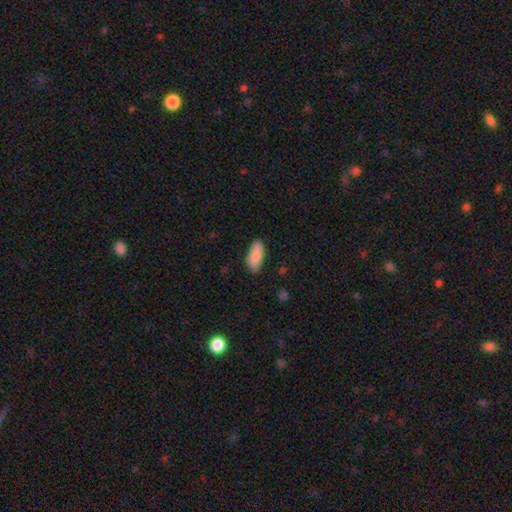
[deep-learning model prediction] Smooth or featured?
  - smooth: 85% *
  - featured or disk: 9%
  - star or artifact: 6%
How rounded?
  - in between: 85% *
  - cigar-shaped: 13%
  - round: 2%
Merging?
  - none: 84% *
  - minor disturbance: 13%
  - major disturbance: 2%
  - merger: 1%